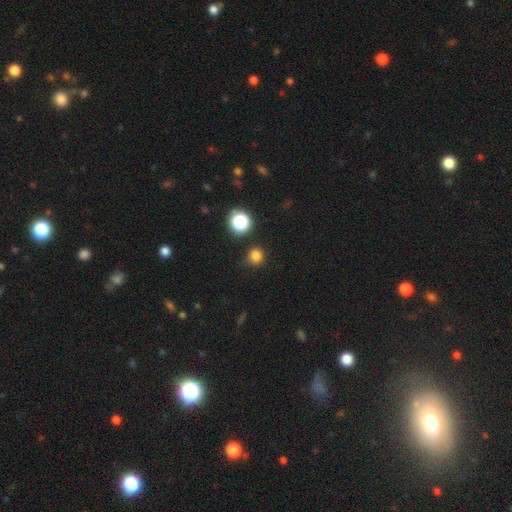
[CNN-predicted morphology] This is likely a smooth galaxy (78%). How rounded: clearly round (87%). Merging: likely none (74%).